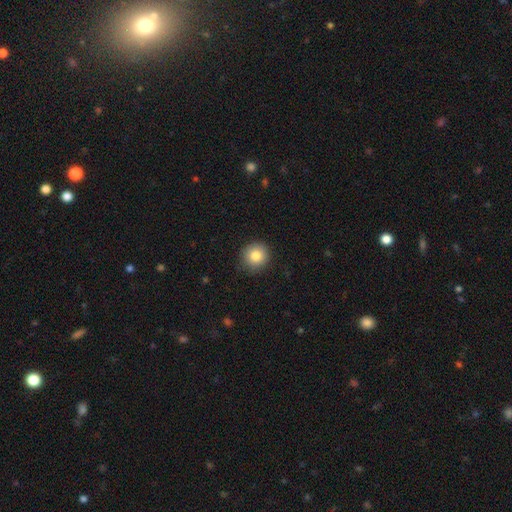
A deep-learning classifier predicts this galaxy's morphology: The model was most divided on "smooth or featured": smooth: 83%, star or artifact: 10%, featured or disk: 8%. More confident: how rounded — round (92%); merging — none (88%).